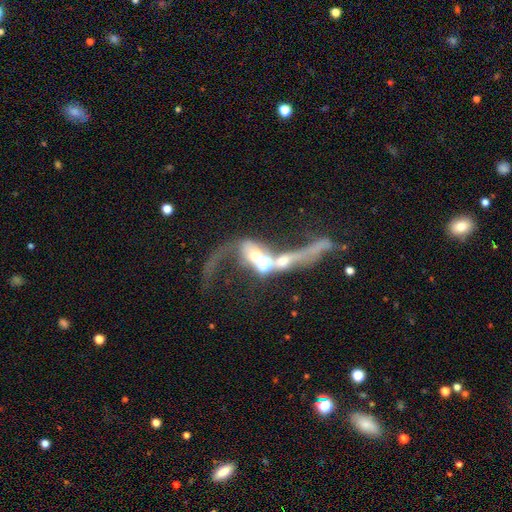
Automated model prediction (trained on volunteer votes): smooth-or-featured: featured or disk: 49% | smooth: 34% | star or artifact: 17%
  merging: merger: 60% | major disturbance: 20% | none: 13% | minor disturbance: 6%